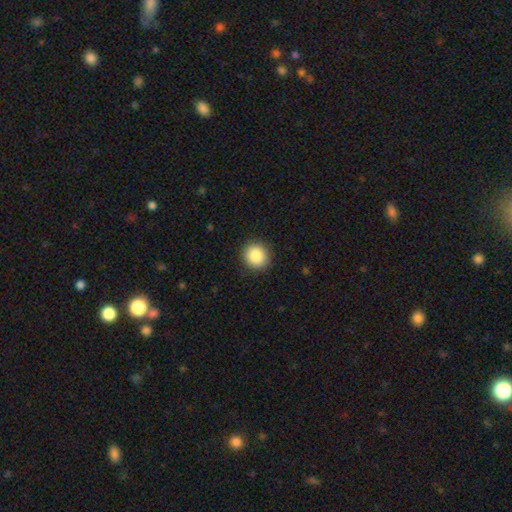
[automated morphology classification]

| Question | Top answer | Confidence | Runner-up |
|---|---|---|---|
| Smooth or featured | smooth | 87% | star or artifact (8%) |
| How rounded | round | 89% | in between (10%) |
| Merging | none | 91% | minor disturbance (6%) |